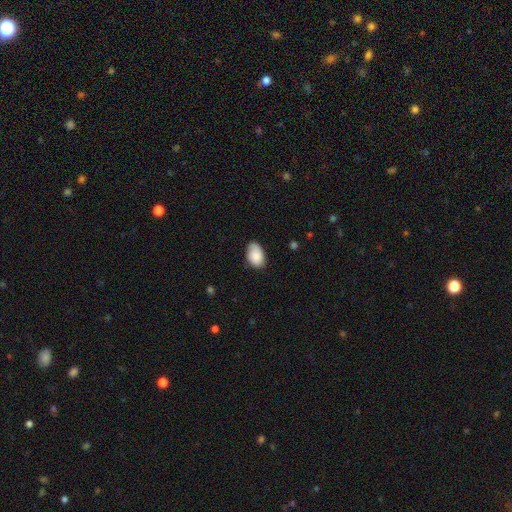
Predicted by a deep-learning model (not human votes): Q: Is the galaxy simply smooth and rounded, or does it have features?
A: smooth — 86%.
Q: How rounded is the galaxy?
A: in between — 89%.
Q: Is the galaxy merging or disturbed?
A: none — 71%.